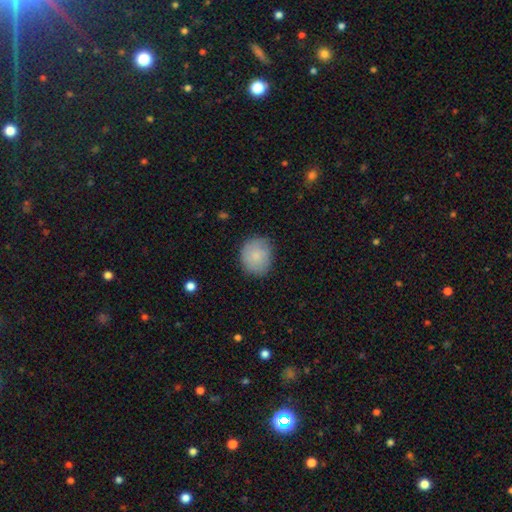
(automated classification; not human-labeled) This appears to be a smooth galaxy with no disk features (78%) that is round (71%). Merging: none (79%).